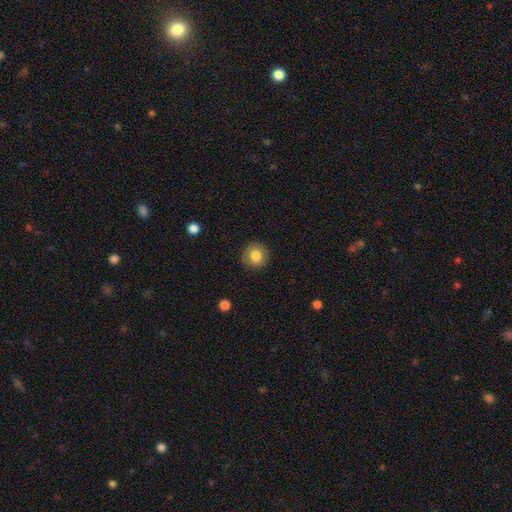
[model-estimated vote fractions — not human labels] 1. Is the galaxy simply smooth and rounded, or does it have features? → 83% smooth, 9% star or artifact, 8% featured or disk.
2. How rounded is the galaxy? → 93% round, 6% in between, 1% cigar-shaped.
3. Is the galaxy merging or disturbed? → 90% none, 7% minor disturbance, 2% major disturbance, 1% merger.